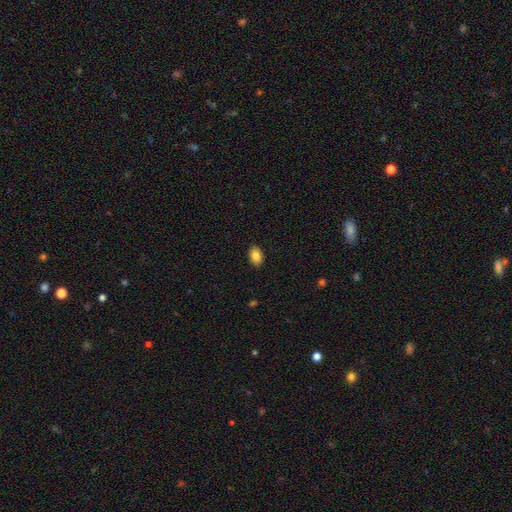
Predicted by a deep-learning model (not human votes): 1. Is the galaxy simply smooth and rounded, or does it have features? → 85% smooth, 8% star or artifact, 7% featured or disk.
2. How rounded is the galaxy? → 87% in between, 12% round, 1% cigar-shaped.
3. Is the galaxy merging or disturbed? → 89% none, 8% minor disturbance, 2% major disturbance, 1% merger.